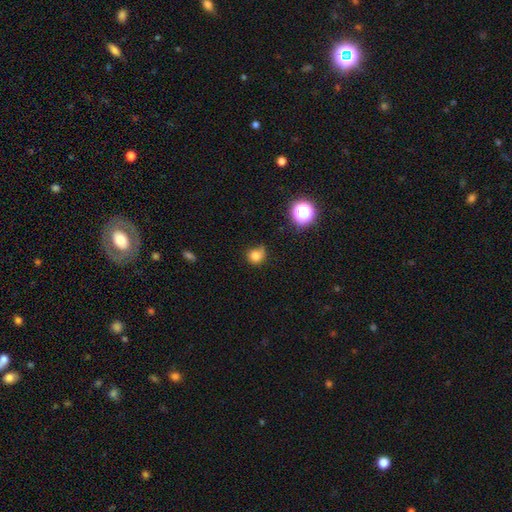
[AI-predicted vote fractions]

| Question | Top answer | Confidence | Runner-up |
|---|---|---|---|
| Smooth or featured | smooth | 78% | star or artifact (14%) |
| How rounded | round | 81% | in between (18%) |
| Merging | none | 51% | minor disturbance (31%) |